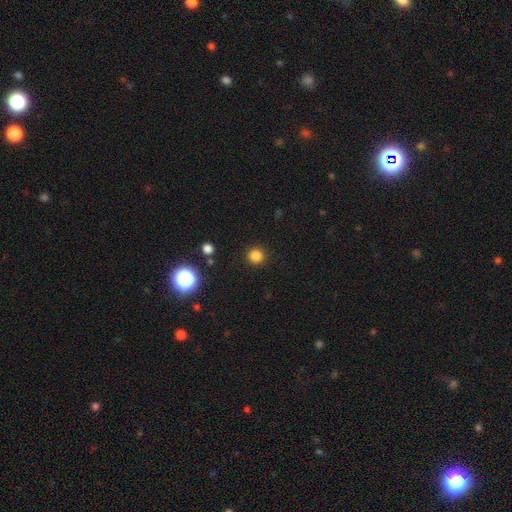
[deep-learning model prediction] Smooth or featured?
  - smooth: 82% *
  - star or artifact: 14%
  - featured or disk: 4%
How rounded?
  - round: 94% *
  - in between: 5%
  - cigar-shaped: 1%
Merging?
  - none: 92% *
  - minor disturbance: 5%
  - major disturbance: 2%
  - merger: 1%